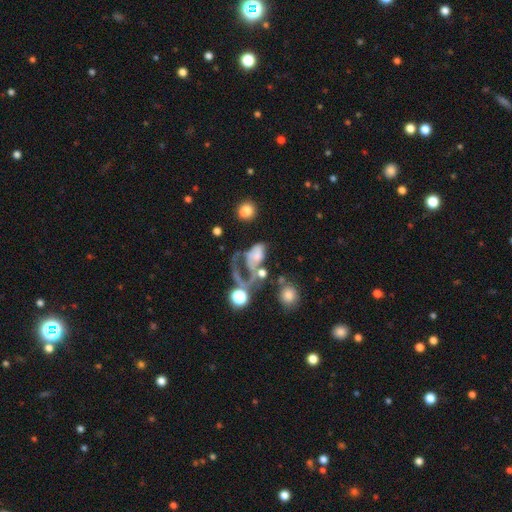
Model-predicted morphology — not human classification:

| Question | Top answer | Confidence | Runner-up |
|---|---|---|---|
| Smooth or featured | featured or disk | 54% | smooth (33%) |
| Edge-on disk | no | 96% | yes (4%) |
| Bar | no | 80% | weak (14%) |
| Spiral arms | no | 55% | yes (45%) |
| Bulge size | none | 32% | moderate (27%) |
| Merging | major disturbance | 52% | merger (23%) |